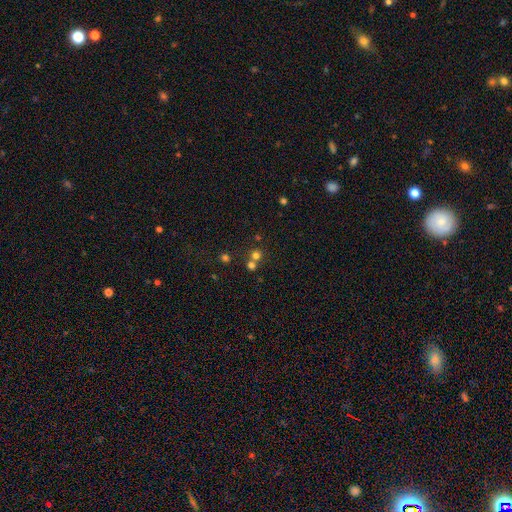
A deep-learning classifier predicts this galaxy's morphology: This appears to be a smooth galaxy with no disk features (68%) that is round (89%). Merging: none (56%).